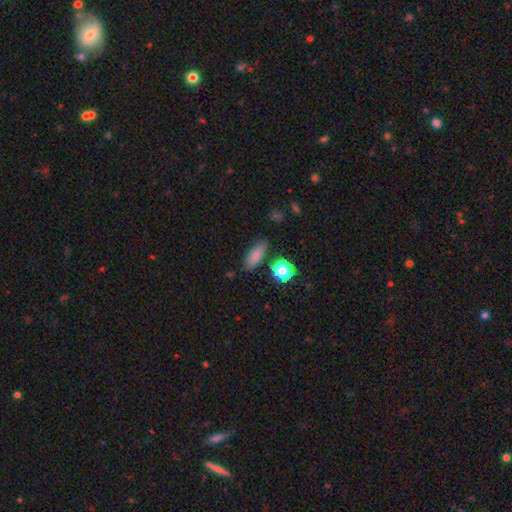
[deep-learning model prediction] The model was most divided on "how rounded": in between: 71%, cigar-shaped: 20%, round: 9%. More confident: merging — none (80%); smooth or featured — smooth (80%).